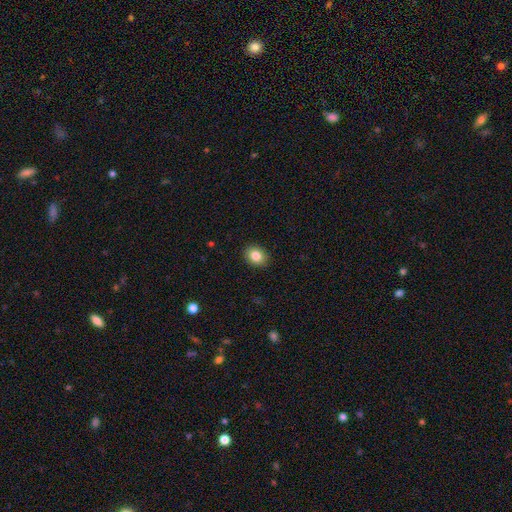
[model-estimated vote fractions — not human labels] Smooth or featured? Predicted: smooth (p=0.85). How rounded? Predicted: in between (p=0.53). Merging? Predicted: none (p=0.90).